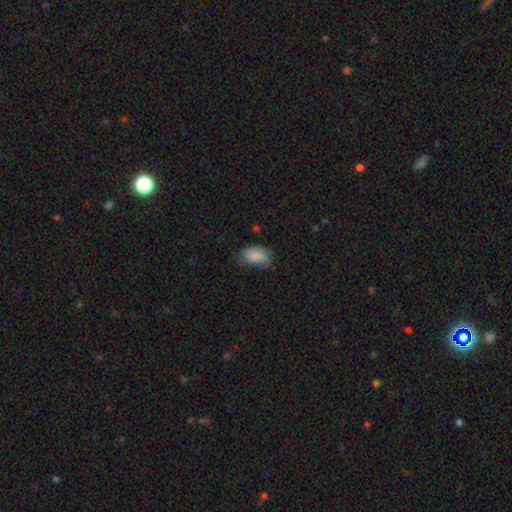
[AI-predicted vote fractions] This is clearly a smooth galaxy (84%). How rounded: clearly in between (92%). Merging: possibly none (54%).